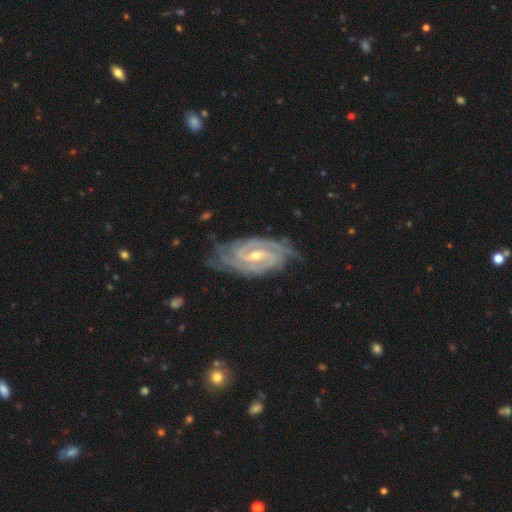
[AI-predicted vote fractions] This is clearly a featured or disk galaxy (92%). It is clearly not viewed edge-on (96%). Bar: marginally weak (44%). Spiral arm pattern: clearly yes (98%). Spiral arm count: marginally 2 (44%). Spiral winding: likely tight (69%). Central bulge: possibly small (55%). Merging: likely none (74%).